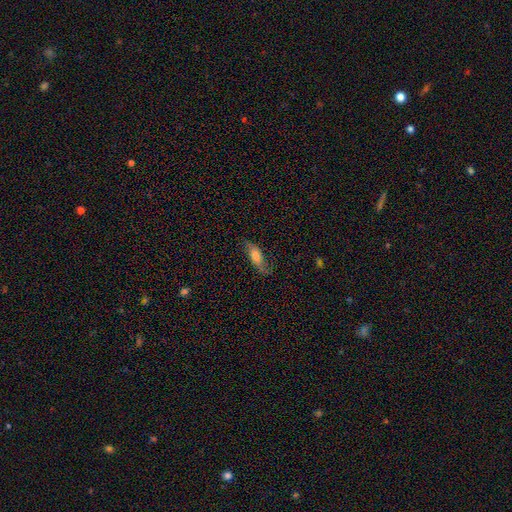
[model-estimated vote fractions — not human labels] Smooth or featured?
  - featured or disk: 47% *
  - smooth: 45%
  - star or artifact: 8%
Merging?
  - none: 69% *
  - minor disturbance: 21%
  - major disturbance: 8%
  - merger: 1%